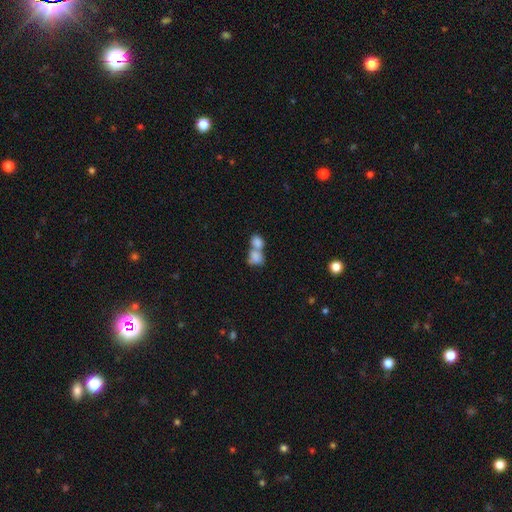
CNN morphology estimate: Q: Smooth or featured?
A: smooth (80%); runner-up: featured or disk (12%)
Q: How rounded?
A: in between (57%); runner-up: round (41%)
Q: Merging?
A: merger (74%); runner-up: none (16%)